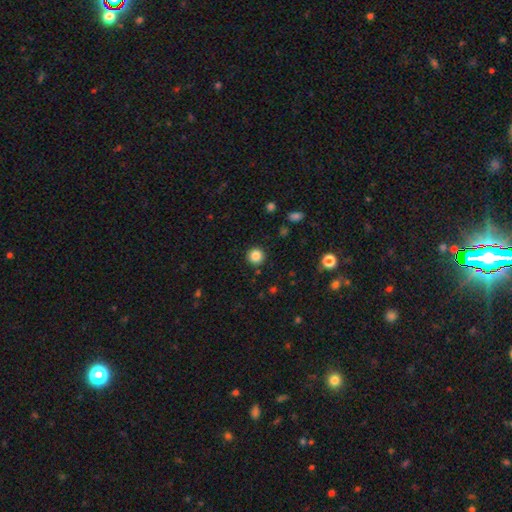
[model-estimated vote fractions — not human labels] Morphology: type=smooth (85%); roundness=round (95%); merging=none (91%).